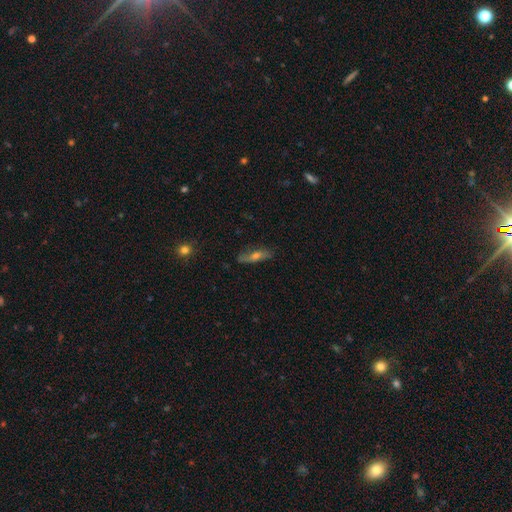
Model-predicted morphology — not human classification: type=featured or disk (48%); merging=none (78%).